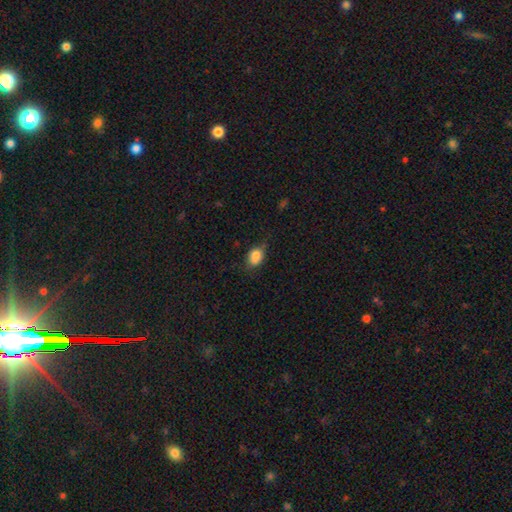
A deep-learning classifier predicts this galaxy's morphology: smooth 84%, star or artifact 9%, featured or disk 7%. Down the decision tree: how rounded — in between (71%); merging — none (63%).